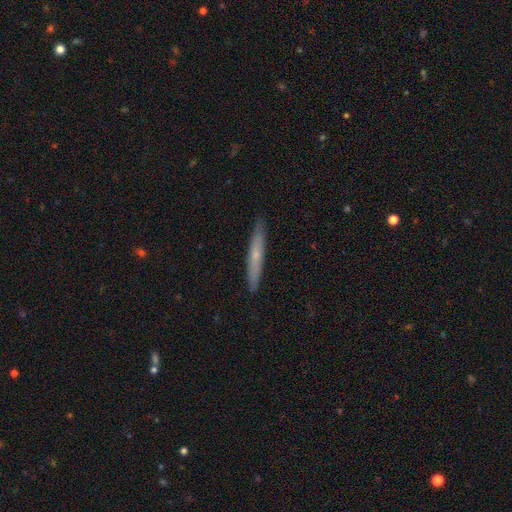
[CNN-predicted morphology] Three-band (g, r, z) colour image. It shows a smooth galaxy with no disk features (52%) that is cigar-shaped (95%). Merging: none (91%).